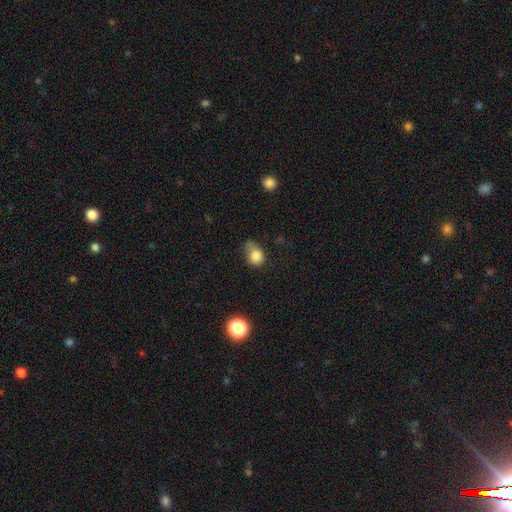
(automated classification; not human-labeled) This is clearly a smooth galaxy (82%). How rounded: possibly round (59%). Merging: marginally minor disturbance (39%).